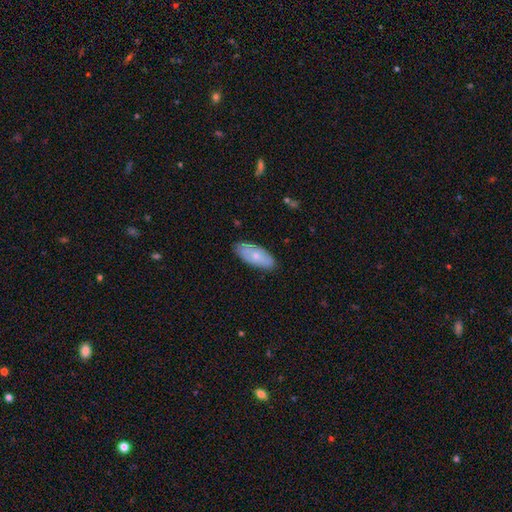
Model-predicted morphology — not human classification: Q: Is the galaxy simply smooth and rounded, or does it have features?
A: smooth — 61%.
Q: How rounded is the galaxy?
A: in between — 86%.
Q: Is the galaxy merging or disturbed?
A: none — 82%.